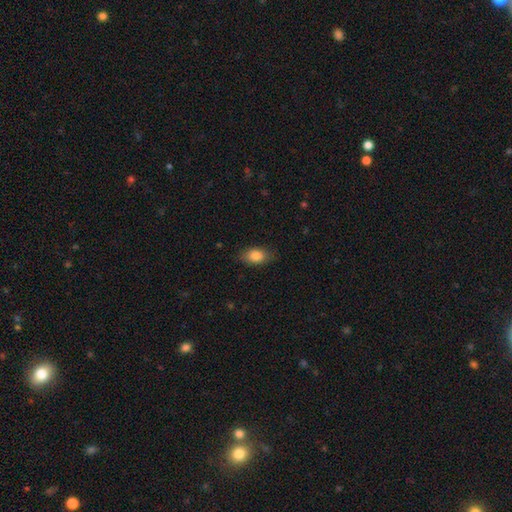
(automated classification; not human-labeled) A smooth galaxy with no disk features (85%) that is in between round and cigar-shaped (88%).

Vote fractions:
- Smooth or featured? smooth: 85% / star or artifact: 8% / featured or disk: 8%
- How rounded? in between: 88% / round: 9% / cigar-shaped: 3%
- Merging? none: 82% / minor disturbance: 13% / major disturbance: 3% / merger: 1%